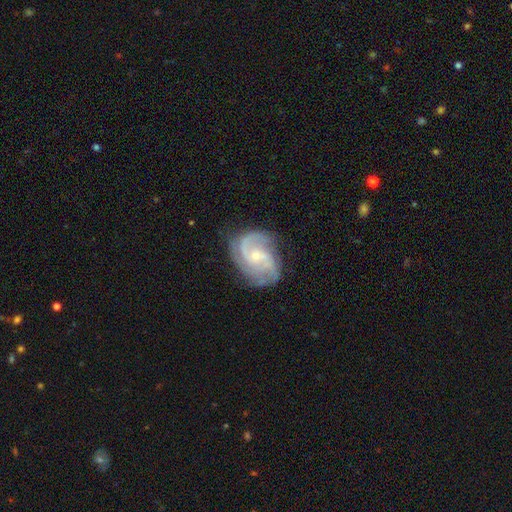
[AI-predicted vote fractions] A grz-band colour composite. It shows a featured or disk galaxy (88%) with no bar (52%), 2 (39%) medium (49%) spiral arms (98%) and a small central bulge (67%). Merging: none (72%).